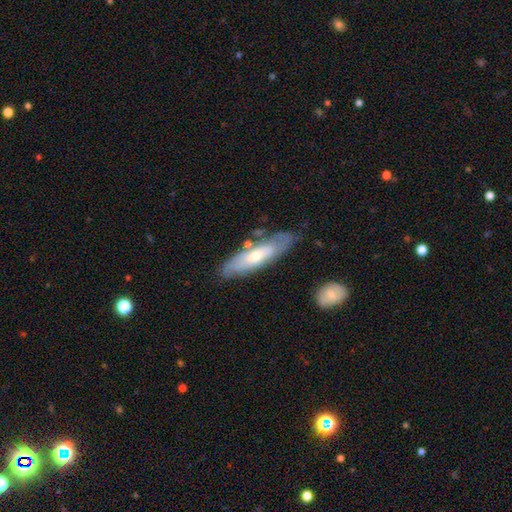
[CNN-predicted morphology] Smooth or featured: featured or disk — 55% (smooth — 40%)
Edge-on disk: no — 63% (yes — 37%)
Merging: none — 70% (minor disturbance — 19%)